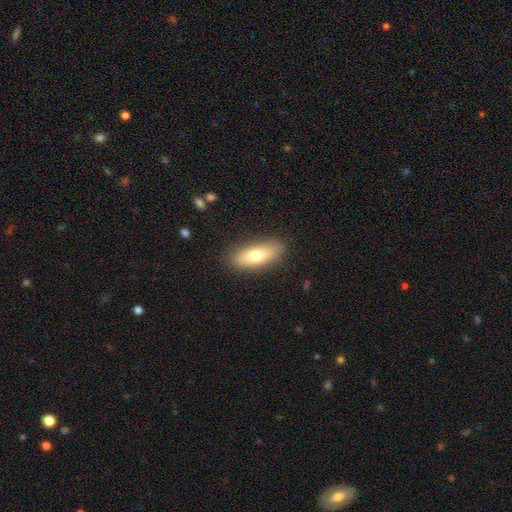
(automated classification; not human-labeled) smooth 71%, featured or disk 22%, star or artifact 7%. Down the decision tree: how rounded — in between (62%); merging — none (86%).